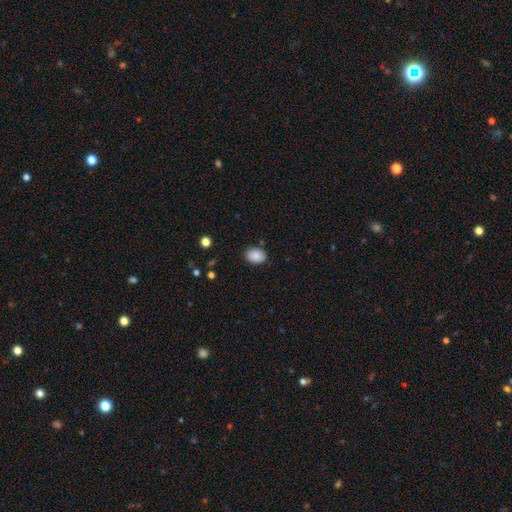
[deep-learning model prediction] Smooth or featured: smooth — 87% (star or artifact — 8%)
How rounded: in between — 75% (round — 24%)
Merging: none — 85% (minor disturbance — 11%)